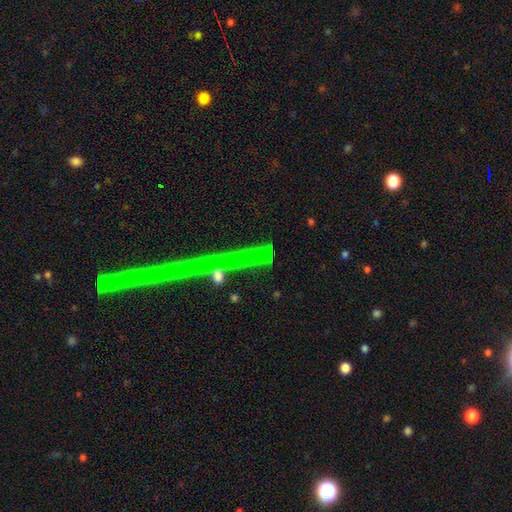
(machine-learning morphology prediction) Overall: star or artifact (43%; featured or disk 31%).